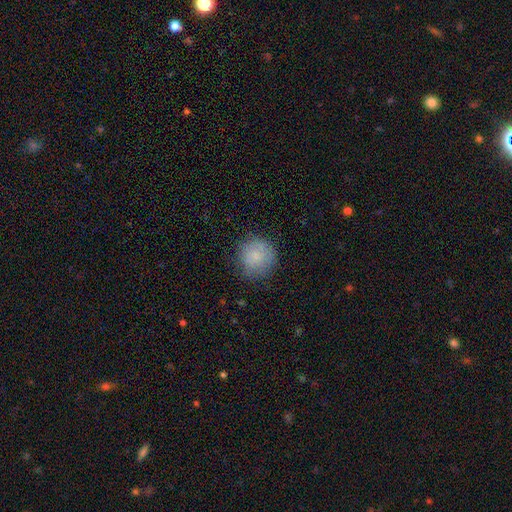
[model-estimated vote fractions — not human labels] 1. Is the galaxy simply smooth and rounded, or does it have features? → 76% smooth, 16% featured or disk, 8% star or artifact.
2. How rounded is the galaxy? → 93% round, 6% in between, 1% cigar-shaped.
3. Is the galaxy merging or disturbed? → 81% none, 14% minor disturbance, 4% major disturbance, 1% merger.